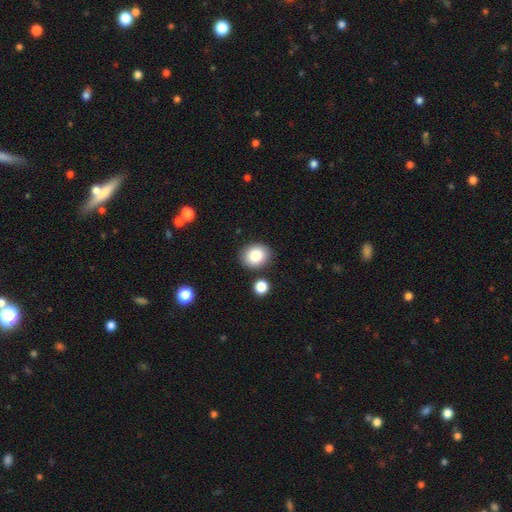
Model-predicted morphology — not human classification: The model was most divided on "how rounded": round: 57%, in between: 43%, cigar-shaped: 1%. More confident: smooth or featured — smooth (84%); merging — none (83%).